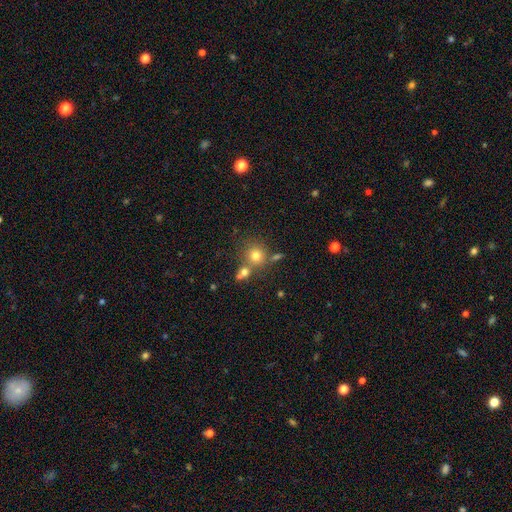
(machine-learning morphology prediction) Smooth or featured: smooth — 74% (star or artifact — 15%)
How rounded: round — 88% (in between — 11%)
Merging: none — 62% (merger — 24%)